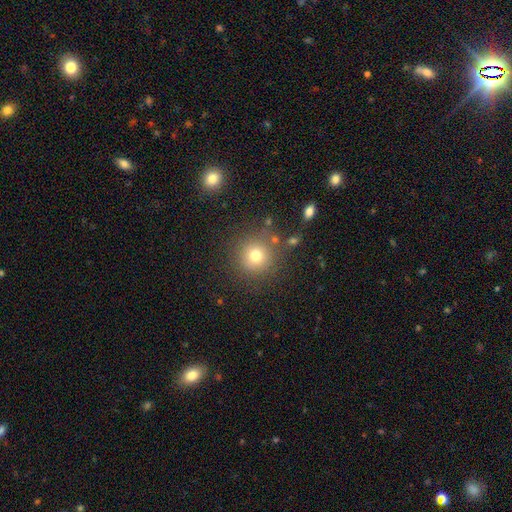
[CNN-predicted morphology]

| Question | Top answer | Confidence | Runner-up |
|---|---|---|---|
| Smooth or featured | smooth | 75% | star or artifact (15%) |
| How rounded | round | 94% | in between (5%) |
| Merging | none | 83% | minor disturbance (9%) |